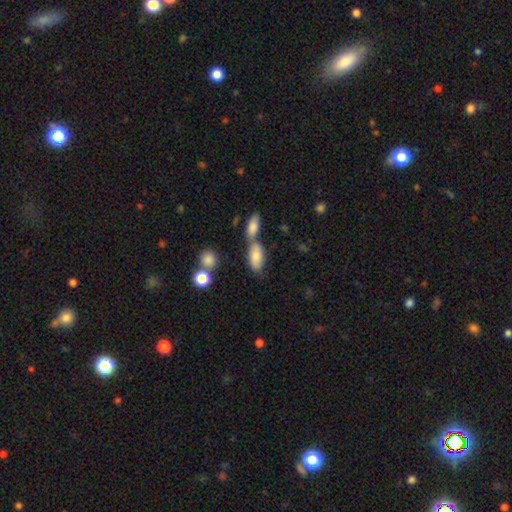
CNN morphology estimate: Smooth or featured?
  - smooth: 78% *
  - featured or disk: 13%
  - star or artifact: 9%
How rounded?
  - in between: 88% *
  - cigar-shaped: 7%
  - round: 4%
Merging?
  - none: 52% *
  - merger: 32%
  - minor disturbance: 12%
  - major disturbance: 4%